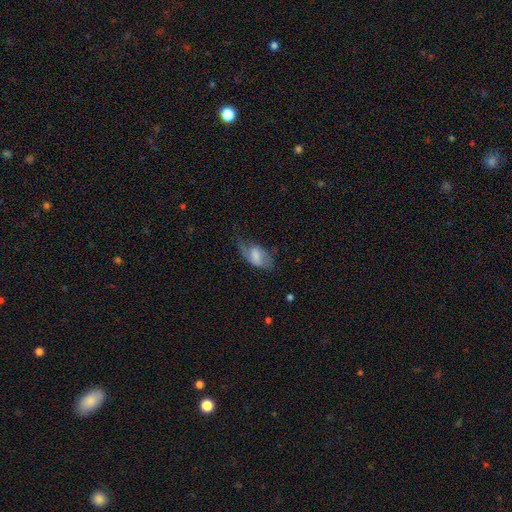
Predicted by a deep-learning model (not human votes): smooth_or_featured: smooth (p=0.53) [alt: featured or disk p=0.39]
how_rounded: in between (p=0.89) [alt: round p=0.07]
merging: none (p=0.33) [tied with: major disturbance p=0.33]